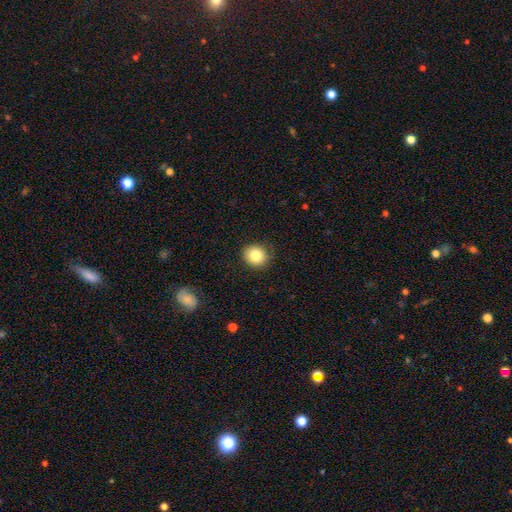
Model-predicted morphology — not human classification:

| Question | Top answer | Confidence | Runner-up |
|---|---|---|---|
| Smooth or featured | smooth | 83% | star or artifact (10%) |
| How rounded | round | 82% | in between (17%) |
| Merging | none | 87% | minor disturbance (10%) |